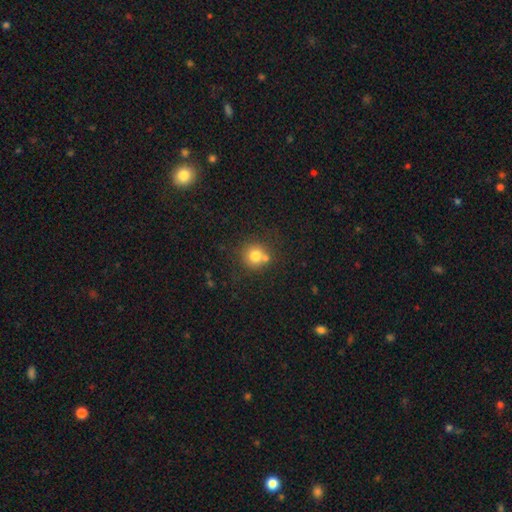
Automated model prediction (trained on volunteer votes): smooth_or_featured: smooth (p=0.76) [alt: star or artifact p=0.12]
how_rounded: round (p=0.89) [alt: in between p=0.10]
merging: none (p=0.61) [alt: merger p=0.23]